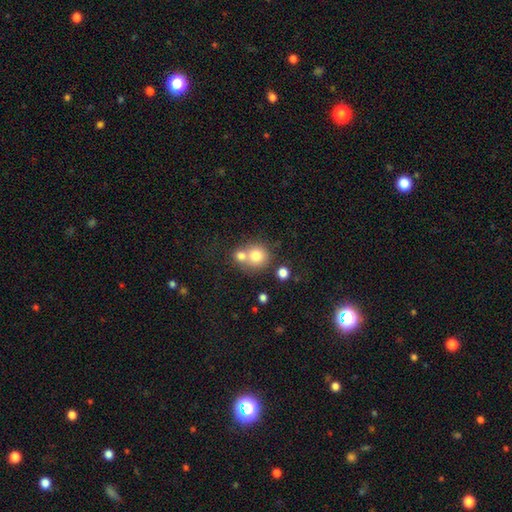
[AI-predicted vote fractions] smooth-or-featured: smooth: 75% | featured or disk: 14% | star or artifact: 11%
  how-rounded: round: 87% | in between: 12% | cigar-shaped: 1%
  merging: merger: 48% | none: 42% | minor disturbance: 7% | major disturbance: 3%